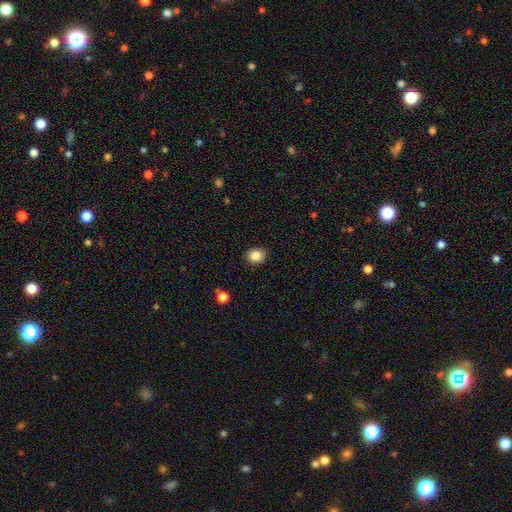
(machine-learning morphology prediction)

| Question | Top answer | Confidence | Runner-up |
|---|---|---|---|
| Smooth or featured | smooth | 86% | star or artifact (9%) |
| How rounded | round | 68% | in between (32%) |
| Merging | none | 89% | minor disturbance (8%) |